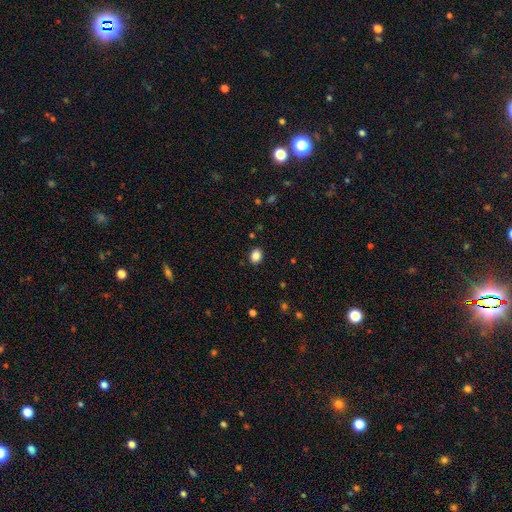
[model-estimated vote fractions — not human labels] This appears to be a smooth galaxy with no disk features (86%) that is in between round and cigar-shaped (59%). Merging: none (89%).